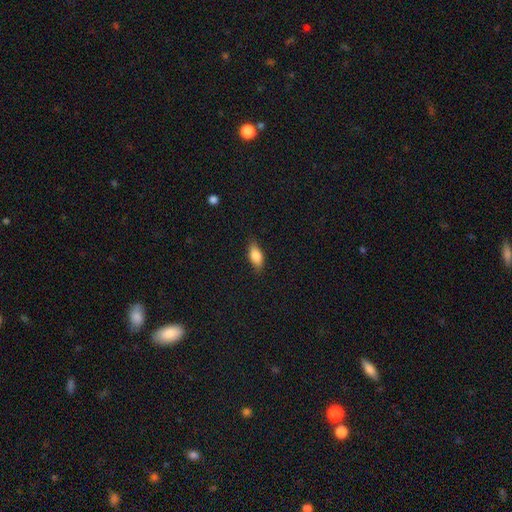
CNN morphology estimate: smooth 82%, featured or disk 11%, star or artifact 7%. Down the decision tree: how rounded — in between (84%); merging — none (82%).